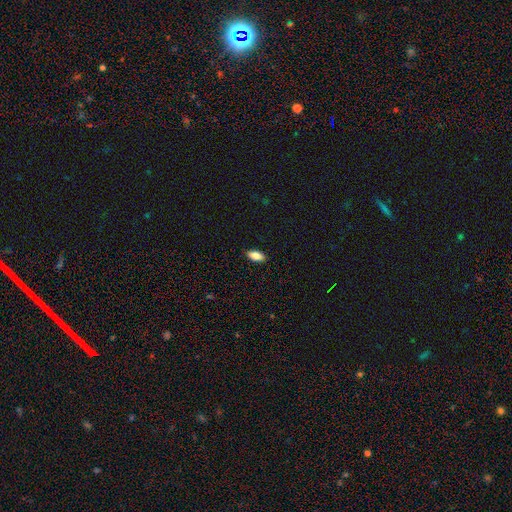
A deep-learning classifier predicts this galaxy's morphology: type=smooth (83%); roundness=in between (88%); merging=none (89%).